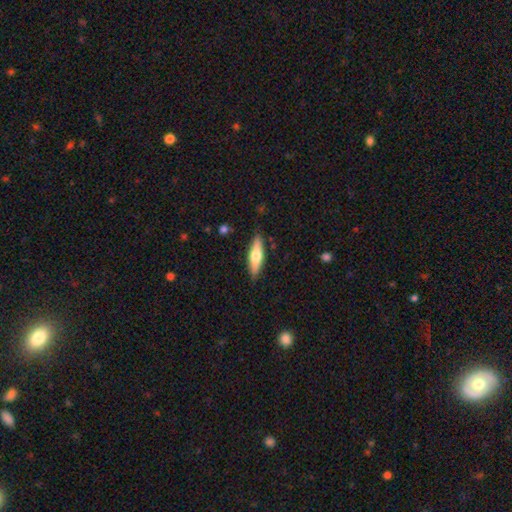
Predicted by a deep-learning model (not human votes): A smooth galaxy with no disk features (53%) that is cigar-shaped (60%).

Vote fractions:
- Smooth or featured? smooth: 53% / featured or disk: 42% / star or artifact: 6%
- How rounded? cigar-shaped: 60% / in between: 38% / round: 2%
- Merging? none: 87% / minor disturbance: 10% / major disturbance: 2% / merger: 1%